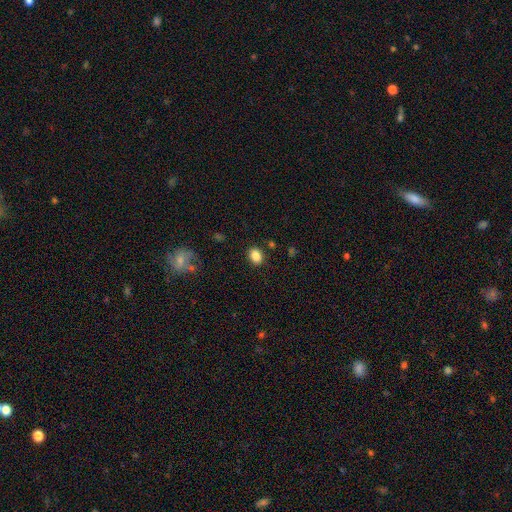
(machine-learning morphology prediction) smooth_or_featured: smooth (p=0.85) [alt: star or artifact p=0.09]
how_rounded: in between (p=0.63) [alt: round p=0.35]
merging: none (p=0.86) [alt: minor disturbance p=0.09]